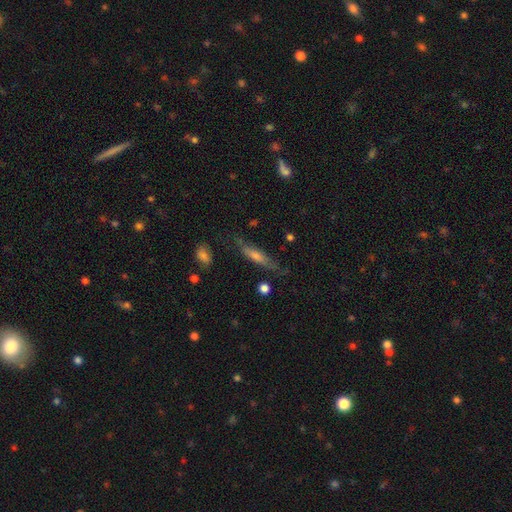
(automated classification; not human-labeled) Q: Smooth or featured?
A: featured or disk (49%); runner-up: smooth (42%)
Q: Merging?
A: none (67%); runner-up: minor disturbance (22%)